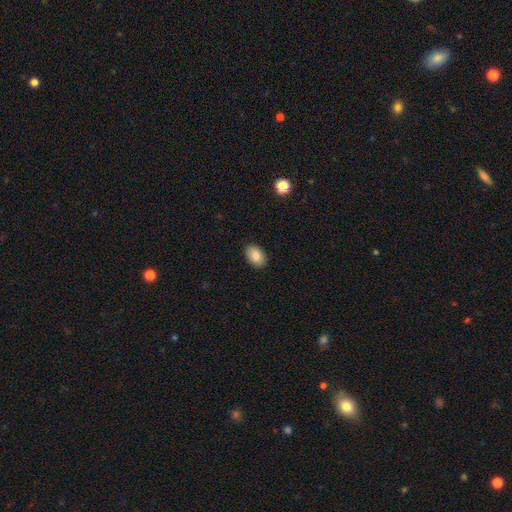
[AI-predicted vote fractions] smooth_or_featured: smooth (p=0.86) [alt: star or artifact p=0.07]
how_rounded: in between (p=0.90) [alt: round p=0.09]
merging: none (p=0.89) [alt: minor disturbance p=0.08]